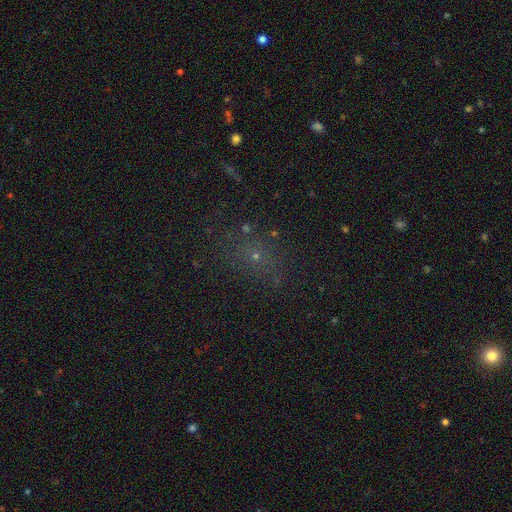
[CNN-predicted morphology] The model was most divided on "smooth or featured": smooth: 46%, star or artifact: 41%, featured or disk: 13%. More confident: merging — none (72%).